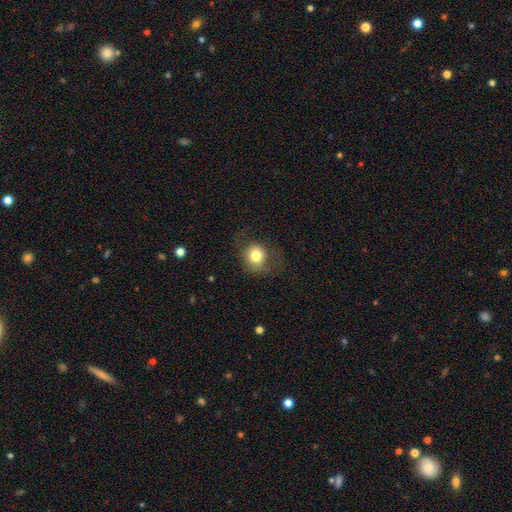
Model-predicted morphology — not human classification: A smooth galaxy with no disk features (76%) that is round (77%).

Vote fractions:
- Smooth or featured? smooth: 76% / featured or disk: 13% / star or artifact: 10%
- How rounded? round: 77% / in between: 22% / cigar-shaped: 1%
- Merging? none: 67% / minor disturbance: 18% / major disturbance: 14% / merger: 1%